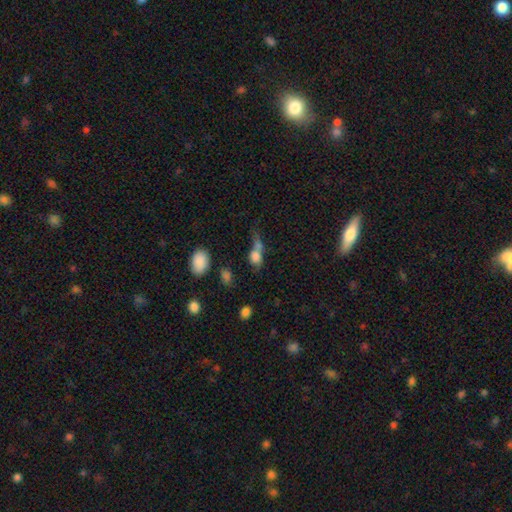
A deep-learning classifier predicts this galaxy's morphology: A smooth galaxy with no disk features (72%) that is in between round and cigar-shaped (51%).

Vote fractions:
- Smooth or featured? smooth: 72% / featured or disk: 16% / star or artifact: 12%
- How rounded? in between: 51% / round: 39% / cigar-shaped: 10%
- Merging? merger: 44% / none: 26% / major disturbance: 16% / minor disturbance: 14%